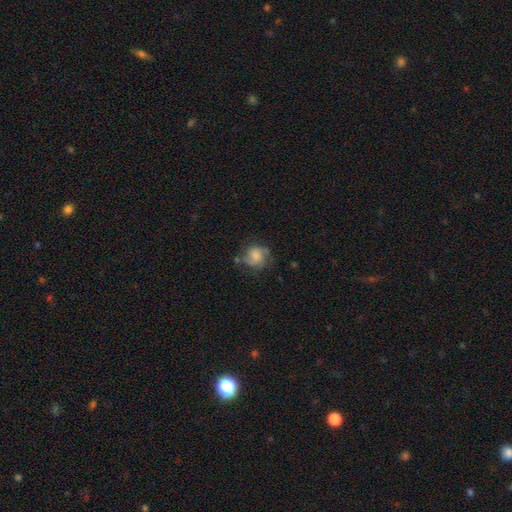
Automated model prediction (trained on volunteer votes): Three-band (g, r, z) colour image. It shows a featured or disk galaxy (50%). Merging: none (55%).